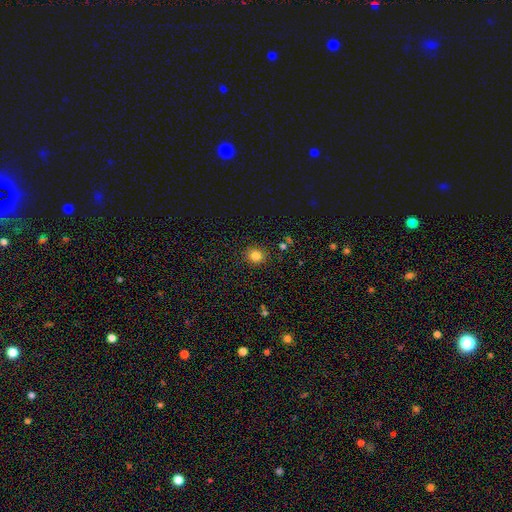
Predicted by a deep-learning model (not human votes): The model was most divided on "smooth or featured": smooth: 82%, star or artifact: 13%, featured or disk: 5%. More confident: merging — none (89%); how rounded — round (88%).